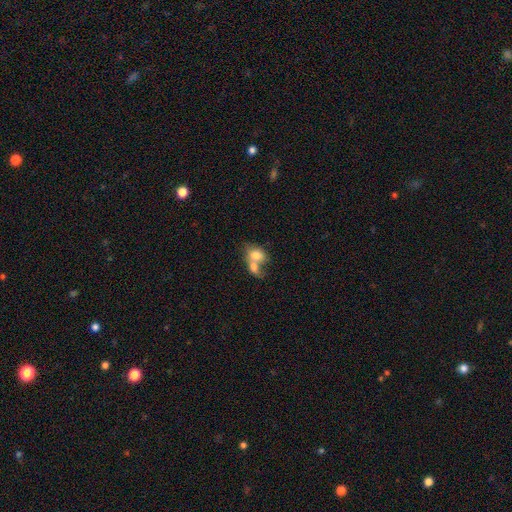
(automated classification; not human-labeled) smooth_or_featured: smooth (p=0.72) [alt: featured or disk p=0.20]
how_rounded: in between (p=0.67) [alt: round p=0.32]
merging: merger (p=0.72) [alt: none p=0.15]